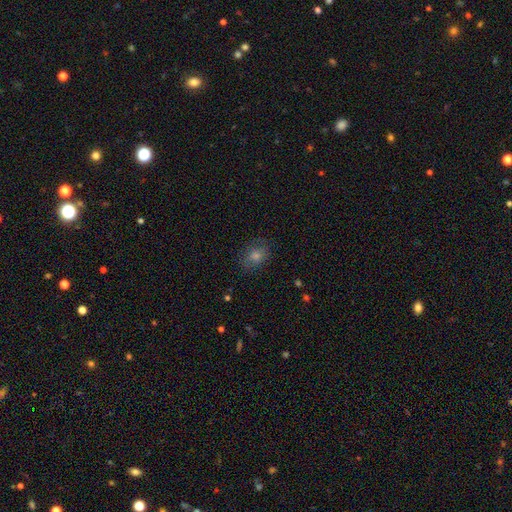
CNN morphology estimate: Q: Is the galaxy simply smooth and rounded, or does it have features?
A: smooth — 59%.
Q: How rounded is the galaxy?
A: round — 50%.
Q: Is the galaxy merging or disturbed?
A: none — 81%.